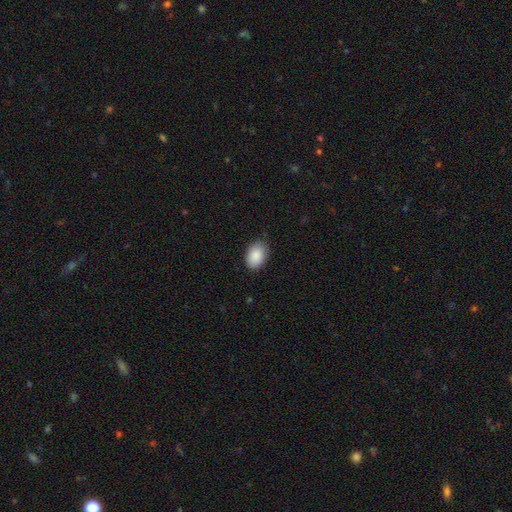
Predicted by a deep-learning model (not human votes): A smooth galaxy with no disk features (89%) that is in between round and cigar-shaped (87%).

Vote fractions:
- Smooth or featured? smooth: 89% / star or artifact: 7% / featured or disk: 4%
- How rounded? in between: 87% / round: 12% / cigar-shaped: 1%
- Merging? none: 84% / minor disturbance: 13% / major disturbance: 2% / merger: 1%